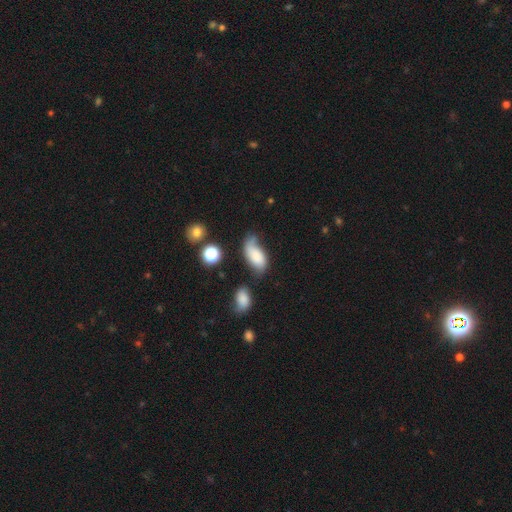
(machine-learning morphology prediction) smooth-or-featured: smooth: 66% | featured or disk: 25% | star or artifact: 10%
  how-rounded: in between: 92% | round: 4% | cigar-shaped: 4%
  merging: none: 34% | minor disturbance: 31% | major disturbance: 24% | merger: 11%